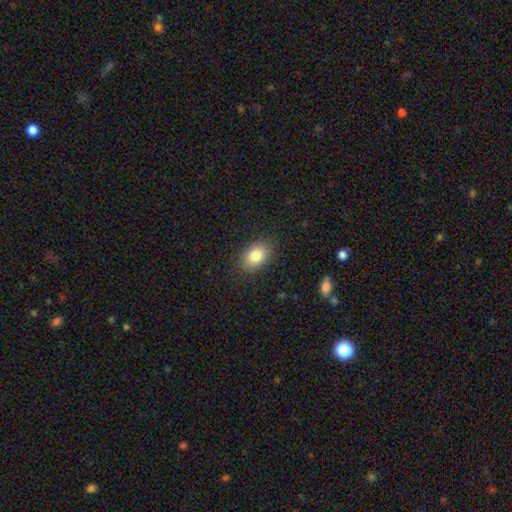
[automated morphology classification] Smooth or featured? Predicted: smooth (p=0.83). How rounded? Predicted: in between (p=0.83). Merging? Predicted: none (p=0.86).